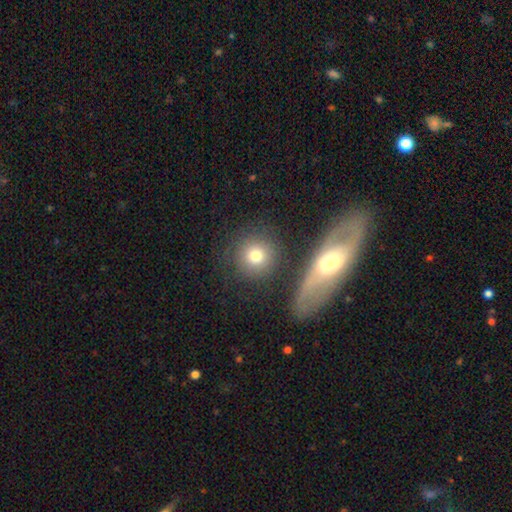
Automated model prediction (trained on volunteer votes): smooth 75%, featured or disk 14%, star or artifact 12%. Down the decision tree: how rounded — round (91%); merging — none (76%).